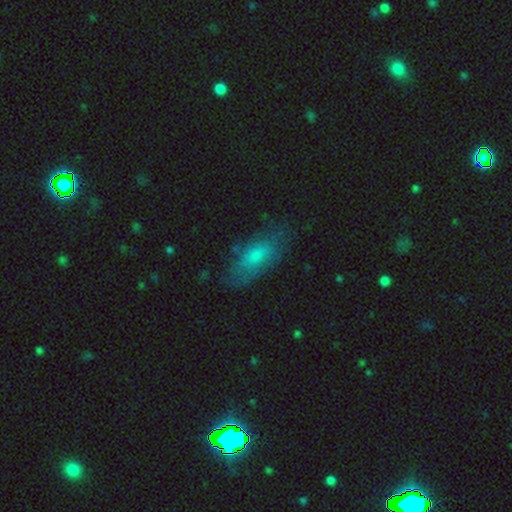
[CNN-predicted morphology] A smooth galaxy with no disk features (69%) that is in between round and cigar-shaped (81%). Merging: none (65%).